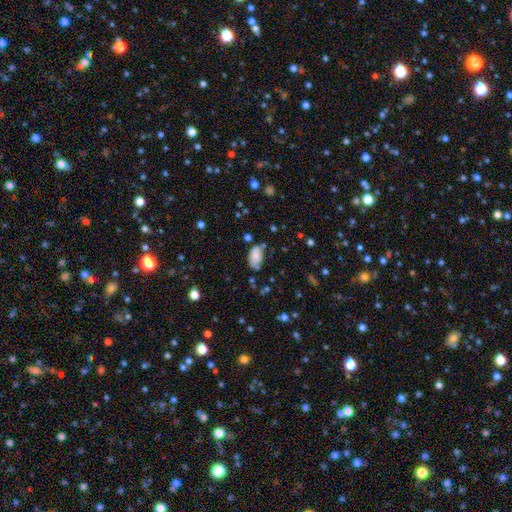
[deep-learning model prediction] This is likely a smooth galaxy (78%). How rounded: clearly in between (92%). Merging: possibly none (54%).